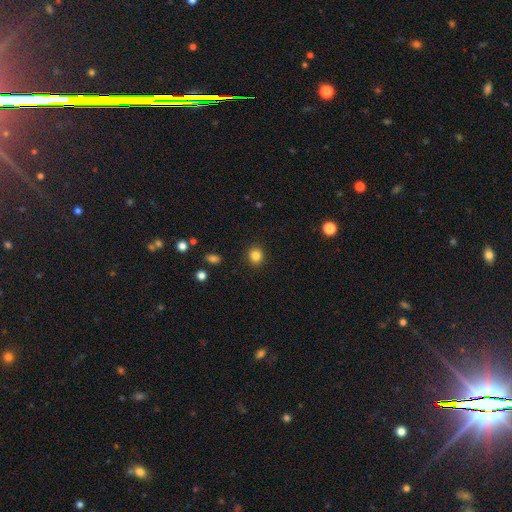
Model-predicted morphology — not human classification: Smooth or featured?
  - smooth: 84% *
  - star or artifact: 11%
  - featured or disk: 5%
How rounded?
  - round: 83% *
  - in between: 16%
  - cigar-shaped: 1%
Merging?
  - none: 91% *
  - minor disturbance: 6%
  - major disturbance: 2%
  - merger: 1%